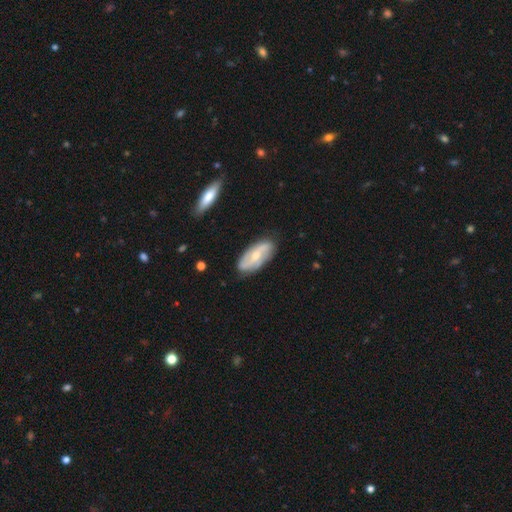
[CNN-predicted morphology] A featured or disk galaxy (67%) with no bar (42%, tied with weak), 2 (80%) loose (45%) spiral arms (88%) and a small central bulge (49%).

Vote fractions:
- Smooth or featured? featured or disk: 67% / smooth: 27% / star or artifact: 6%
- Edge-on disk? no: 91% / yes: 9%
- Bar? no: 42% (tied) / weak: 42% (tied) / strong: 16%
- Spiral arms? yes: 88% / no: 12%
- Spiral winding? loose: 45% / medium: 36% / tight: 19%
- Spiral arm count? 2: 80% / can't tell: 11% / 3: 4% / 1: 2% / 4: 1% / more than 4: 1%
- Bulge size? small: 49% / moderate: 46% / none: 2% / large: 2% / dominant: 1%
- Merging? none: 80% / minor disturbance: 15% / major disturbance: 3% / merger: 2%